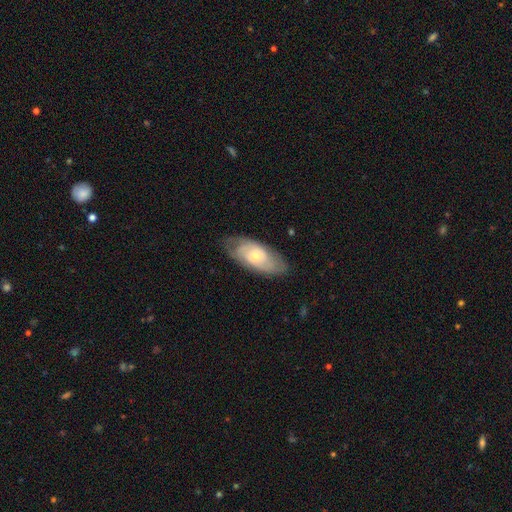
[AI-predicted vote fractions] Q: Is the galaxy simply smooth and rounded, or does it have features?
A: featured or disk — 59%.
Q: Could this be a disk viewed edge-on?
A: no — 90%.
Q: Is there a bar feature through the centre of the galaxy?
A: no — 80%.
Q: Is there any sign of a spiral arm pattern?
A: yes — 76%.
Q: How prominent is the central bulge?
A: small — 60%.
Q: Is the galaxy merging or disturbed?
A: none — 76%.